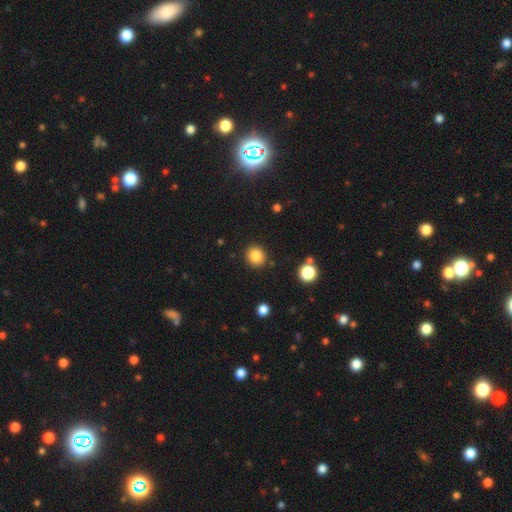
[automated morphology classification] Overall: smooth (85%). How rounded: round (84%). Merging: none (88%).